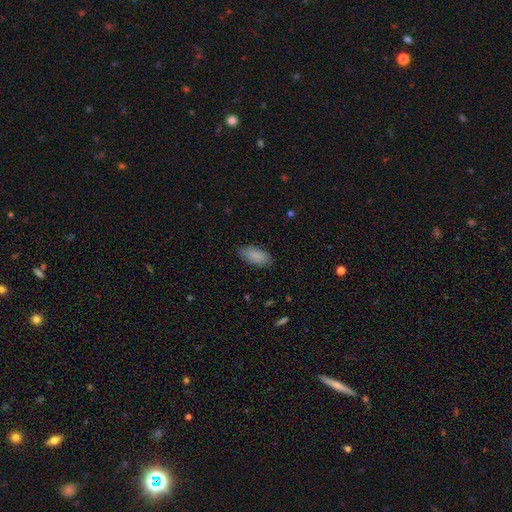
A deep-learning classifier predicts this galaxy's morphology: A smooth galaxy with no disk features (88%) that is in between round and cigar-shaped (90%).

Vote fractions:
- Smooth or featured? smooth: 88% / star or artifact: 6% / featured or disk: 6%
- How rounded? in between: 90% / cigar-shaped: 8% / round: 2%
- Merging? none: 84% / minor disturbance: 13% / major disturbance: 3% / merger: 1%